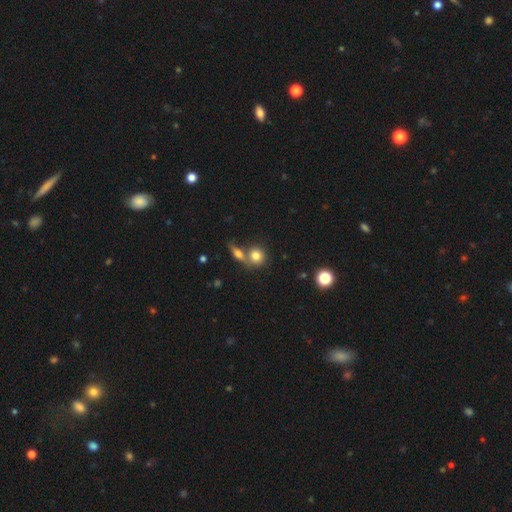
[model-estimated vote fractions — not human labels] smooth_or_featured: smooth (p=0.78) [alt: featured or disk p=0.13]
how_rounded: round (p=0.81) [alt: in between p=0.17]
merging: none (p=0.51) [alt: merger p=0.37]